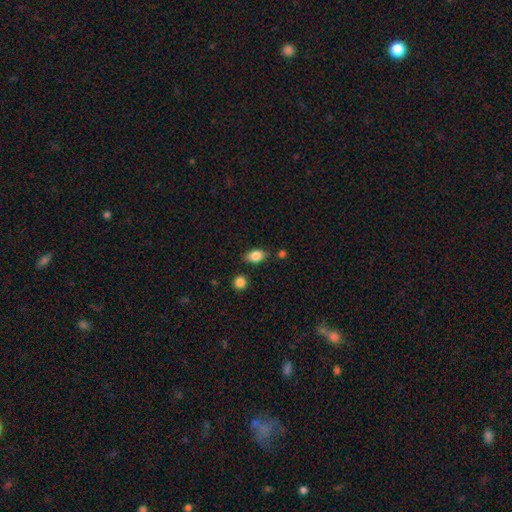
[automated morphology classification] This is clearly a smooth galaxy (84%). How rounded: clearly in between (84%). Merging: likely none (79%).